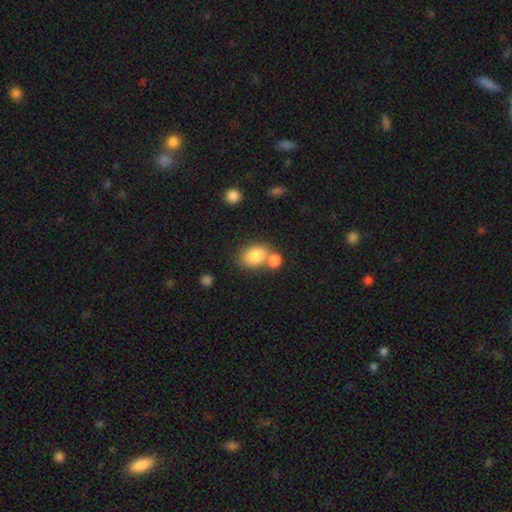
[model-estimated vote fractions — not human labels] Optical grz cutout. It shows a smooth galaxy with no disk features (83%) that is in between round and cigar-shaped (67%). Merging: none (45%).